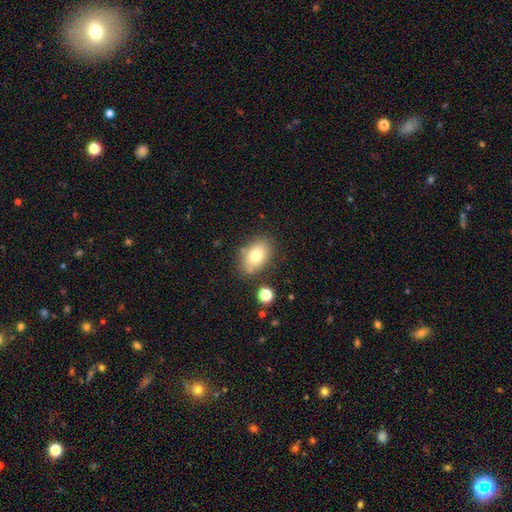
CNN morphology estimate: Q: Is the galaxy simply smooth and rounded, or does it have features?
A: smooth — 77%.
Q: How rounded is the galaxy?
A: in between — 82%.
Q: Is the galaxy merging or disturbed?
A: none — 77%.